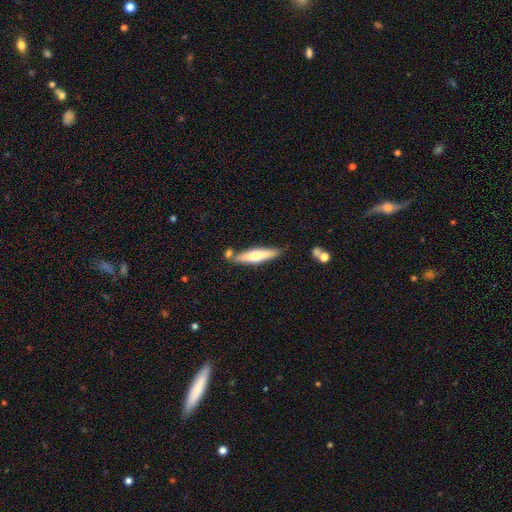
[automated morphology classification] smooth_or_featured: smooth (p=0.55) [alt: featured or disk p=0.40]
how_rounded: cigar-shaped (p=0.81) [alt: in between p=0.17]
merging: none (p=0.73) [alt: minor disturbance p=0.13]